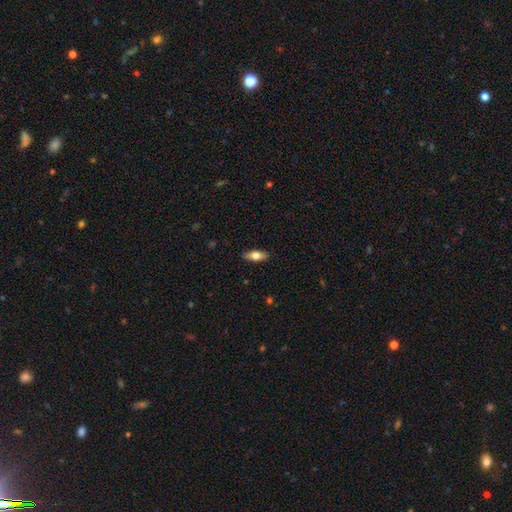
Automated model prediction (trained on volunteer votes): A smooth galaxy with no disk features (68%) that is in between round and cigar-shaped (75%). Merging: none (88%).